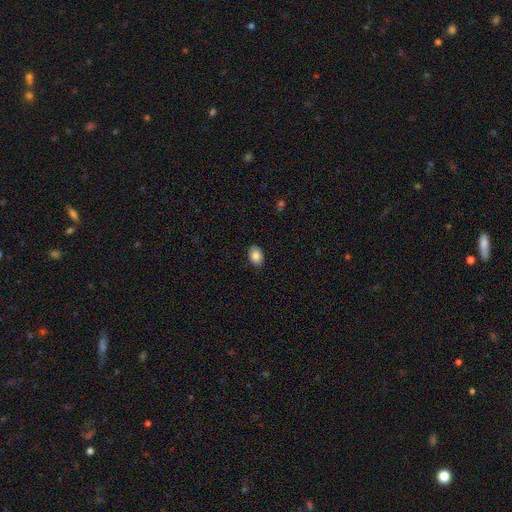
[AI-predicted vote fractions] Smooth or featured?
  - smooth: 87% *
  - star or artifact: 8%
  - featured or disk: 5%
How rounded?
  - in between: 79% *
  - round: 20%
  - cigar-shaped: 1%
Merging?
  - none: 87% *
  - minor disturbance: 10%
  - major disturbance: 2%
  - merger: 1%